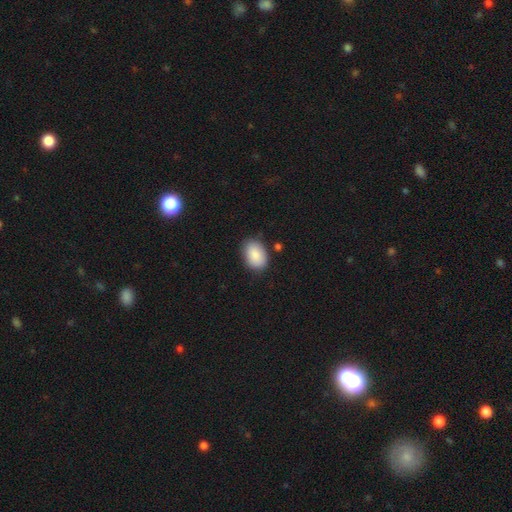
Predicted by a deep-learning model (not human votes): Overall: smooth (89%). How rounded: in between (83%). Merging: none (82%).